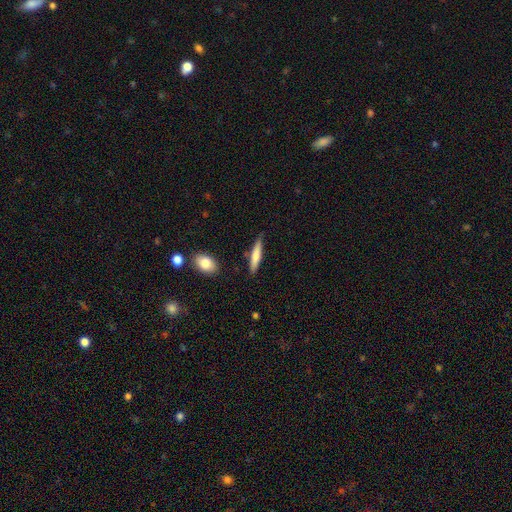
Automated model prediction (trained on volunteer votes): The model was most divided on "smooth or featured": smooth: 67%, featured or disk: 27%, star or artifact: 6%. More confident: how rounded — cigar-shaped (86%); merging — none (82%).